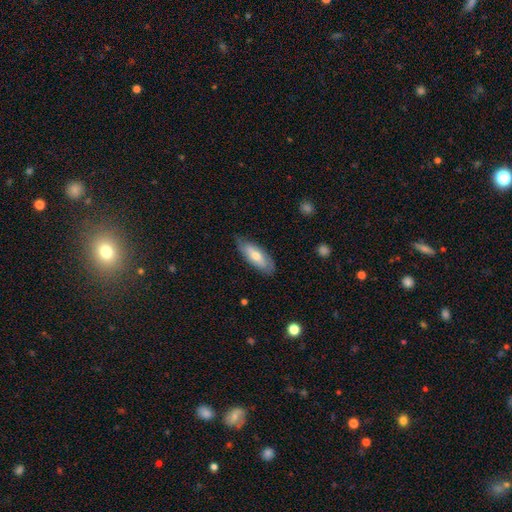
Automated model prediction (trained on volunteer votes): Q: Smooth or featured?
A: smooth (60%); runner-up: featured or disk (34%)
Q: How rounded?
A: in between (73%); runner-up: cigar-shaped (25%)
Q: Merging?
A: none (76%); runner-up: minor disturbance (19%)